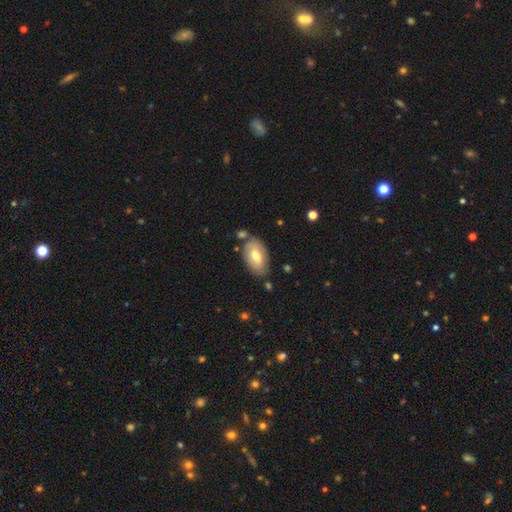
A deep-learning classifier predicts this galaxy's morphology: smooth 67%, featured or disk 27%, star or artifact 6%. Down the decision tree: how rounded — in between (94%); merging — none (70%).